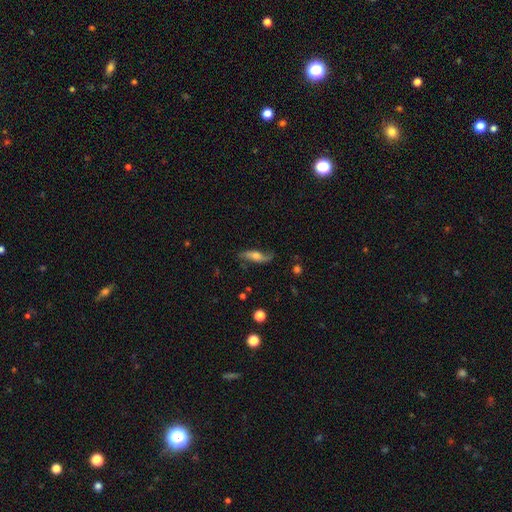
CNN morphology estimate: Overall: featured or disk (67%). Edge-on disk: no (73%). Merging: none (69%).